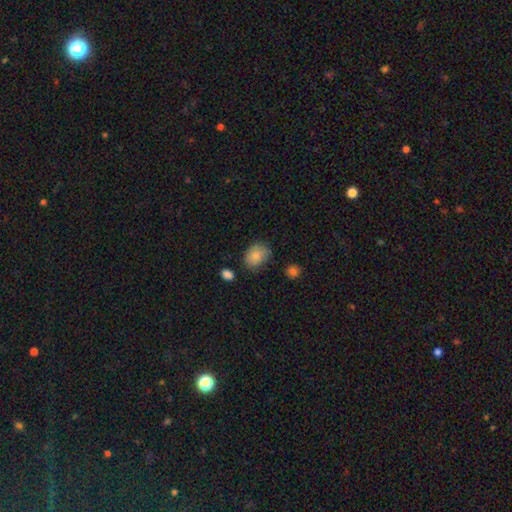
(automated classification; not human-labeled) Morphology: type=smooth (82%); roundness=in between (64%); merging=none (73%).